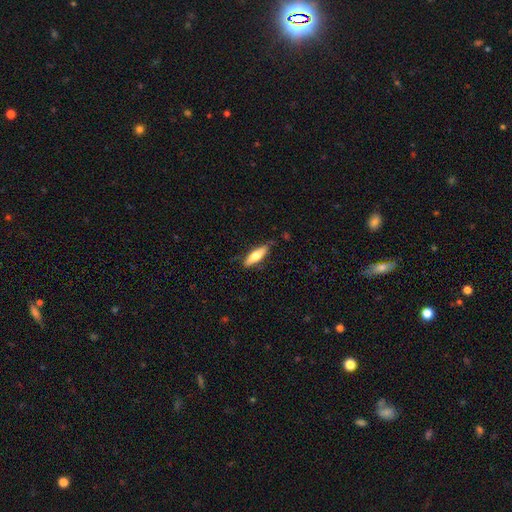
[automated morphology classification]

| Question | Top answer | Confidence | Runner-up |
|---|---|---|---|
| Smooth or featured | smooth | 63% | featured or disk (32%) |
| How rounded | cigar-shaped | 55% | in between (43%) |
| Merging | none | 81% | minor disturbance (15%) |